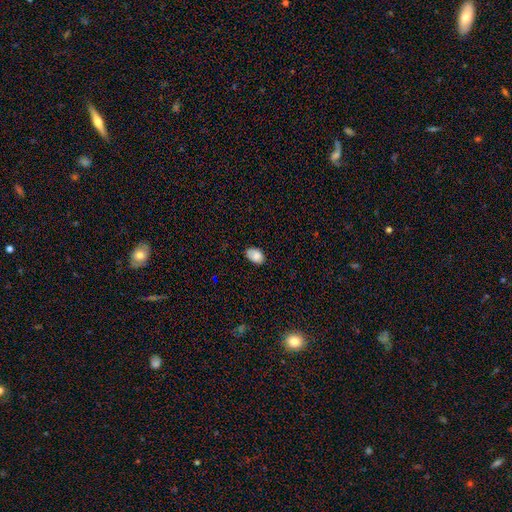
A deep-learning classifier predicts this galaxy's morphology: Smooth or featured?
  - smooth: 85% *
  - star or artifact: 8%
  - featured or disk: 7%
How rounded?
  - in between: 86% *
  - round: 13%
  - cigar-shaped: 1%
Merging?
  - none: 74% *
  - minor disturbance: 21%
  - major disturbance: 4%
  - merger: 1%